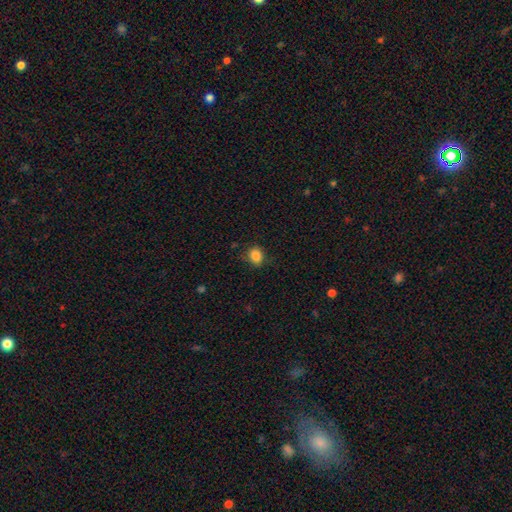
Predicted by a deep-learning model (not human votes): smooth-or-featured: smooth: 86% | star or artifact: 10% | featured or disk: 4%
  how-rounded: round: 62% | in between: 37% | cigar-shaped: 1%
  merging: none: 81% | minor disturbance: 14% | major disturbance: 3% | merger: 1%